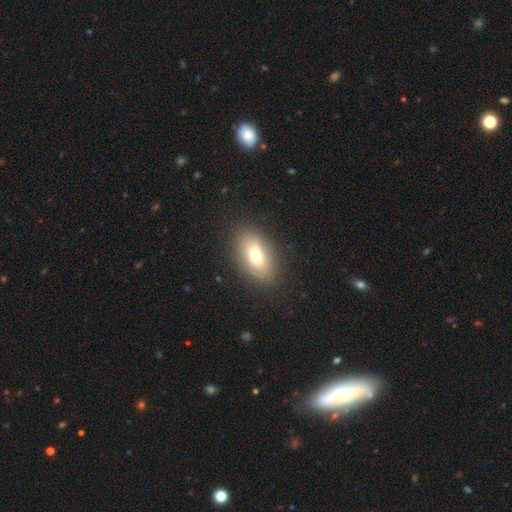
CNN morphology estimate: Smooth or featured? smooth (70%)
How rounded? in between (84%)
Merging? none (86%)